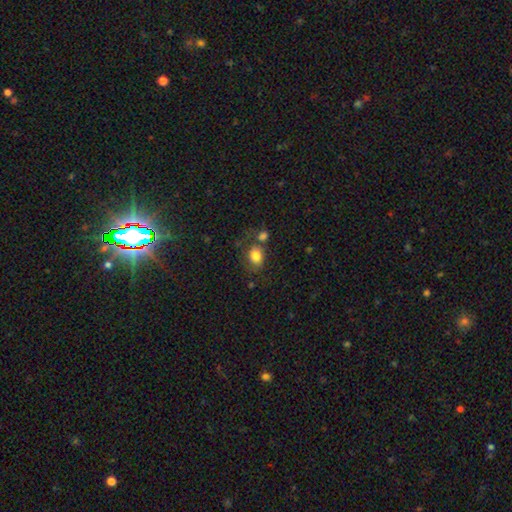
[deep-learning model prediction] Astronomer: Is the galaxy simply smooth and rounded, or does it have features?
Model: smooth — 80%.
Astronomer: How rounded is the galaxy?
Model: in between — 62% (runner-up: round, 37%).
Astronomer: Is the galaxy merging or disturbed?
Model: none — 52%.